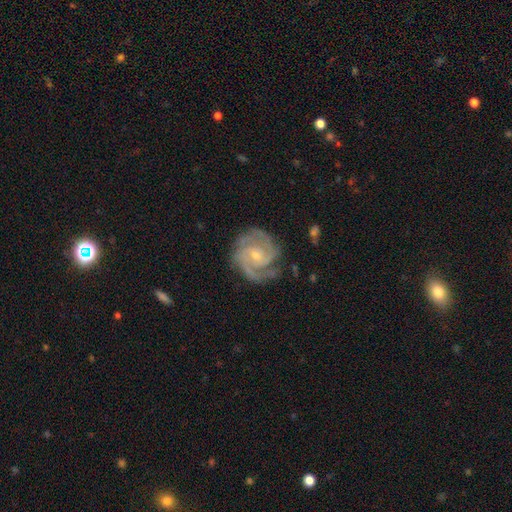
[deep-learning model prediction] Smooth or featured: featured or disk — 92% (star or artifact — 4%)
Edge-on disk: no — 98% (yes — 2%)
Bar: no — 54% (weak — 37%)
Spiral arms: yes — 98% (no — 2%)
Spiral winding: tight — 60% (medium — 35%)
Spiral arm count: 2 — 44% (3 — 33%)
Bulge size: small — 68% (moderate — 29%)
Merging: none — 77% (minor disturbance — 16%)